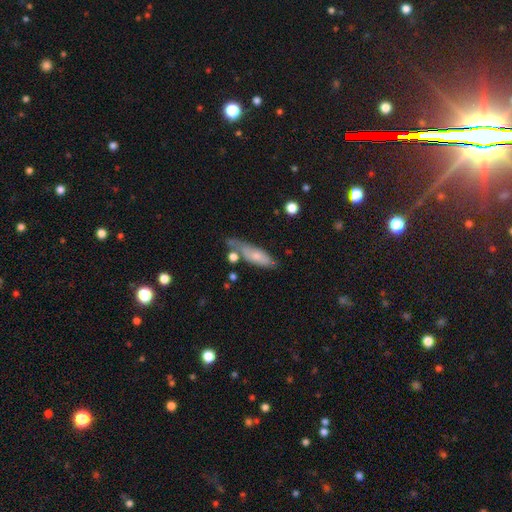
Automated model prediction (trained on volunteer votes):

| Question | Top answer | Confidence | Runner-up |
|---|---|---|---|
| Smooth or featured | smooth | 64% | featured or disk (29%) |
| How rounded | in between | 50% | cigar-shaped (47%) |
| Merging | none | 50% | minor disturbance (28%) |